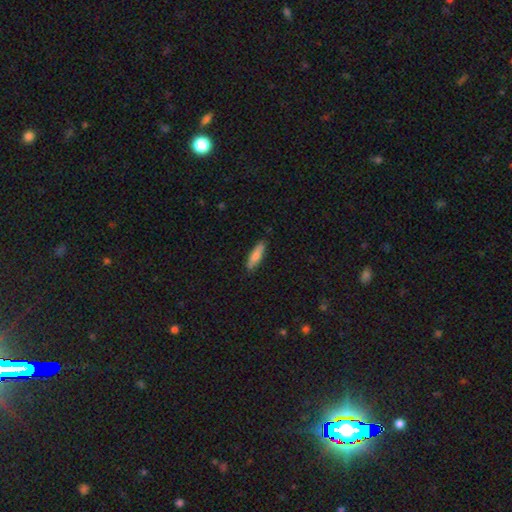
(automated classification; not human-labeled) This appears to be a smooth galaxy with no disk features (74%) that is cigar-shaped (68%). Merging: none (86%).